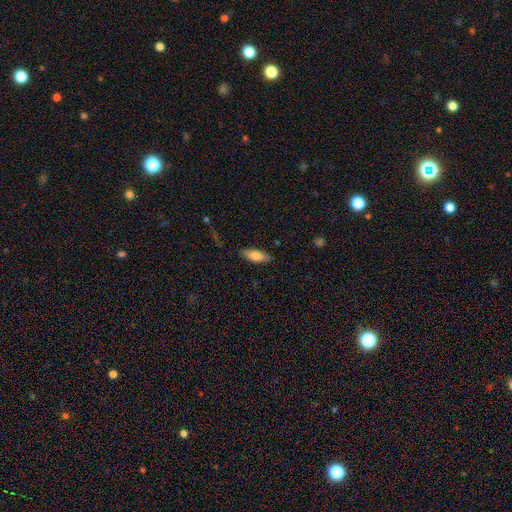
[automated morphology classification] smooth-or-featured: smooth: 75% | featured or disk: 19% | star or artifact: 6%
  how-rounded: in between: 72% | cigar-shaped: 26% | round: 2%
  merging: none: 86% | minor disturbance: 10% | major disturbance: 2% | merger: 1%